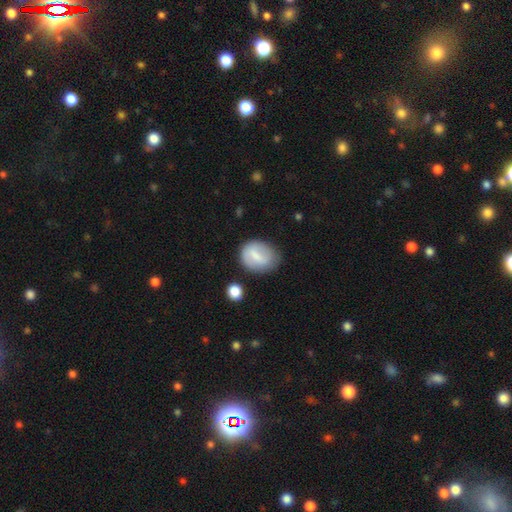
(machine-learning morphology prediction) type=smooth (66%); roundness=in between (53%); merging=none (64%).